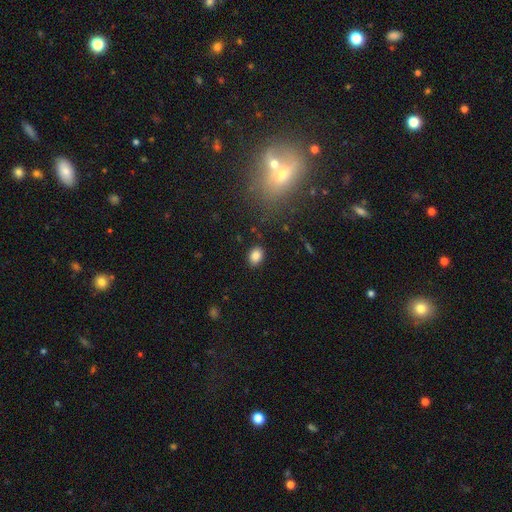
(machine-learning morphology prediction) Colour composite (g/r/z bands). It shows a smooth galaxy with no disk features (85%) that is in between round and cigar-shaped (69%). Merging: none (87%).